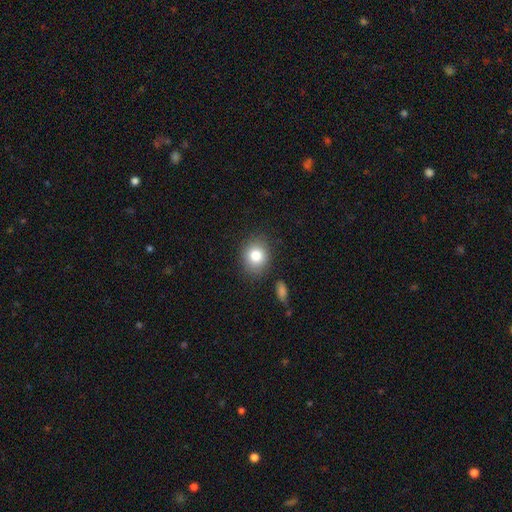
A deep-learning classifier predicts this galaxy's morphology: Overall: smooth (81%). How rounded: round (72%). Merging: none (84%).